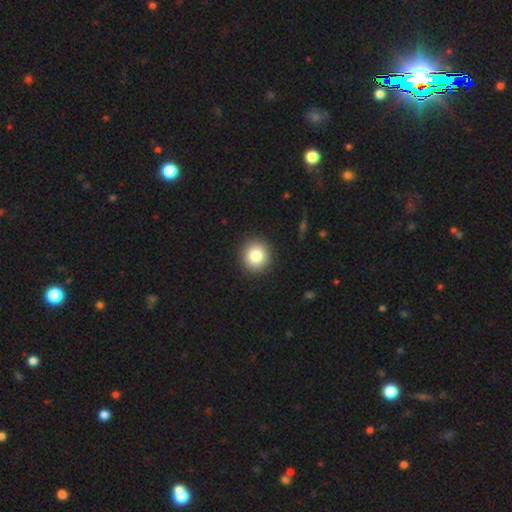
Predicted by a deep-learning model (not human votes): This is clearly a smooth galaxy (82%). How rounded: clearly round (93%). Merging: clearly none (92%).